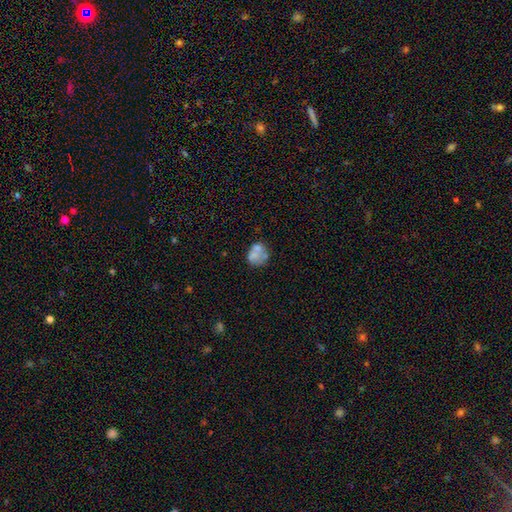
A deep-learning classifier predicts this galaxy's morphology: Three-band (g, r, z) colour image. It shows a smooth galaxy with no disk features (56%) that is round (60%). Merging: none (41%).